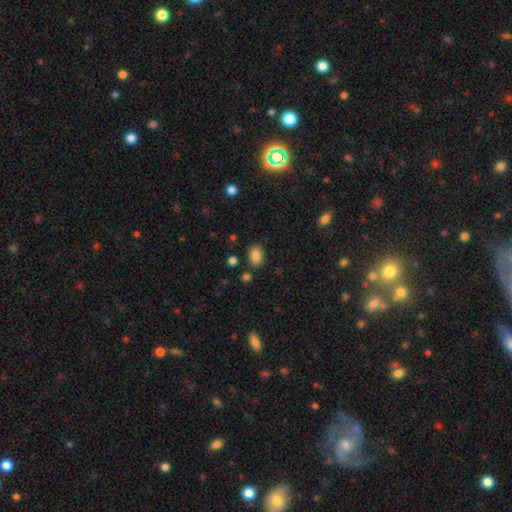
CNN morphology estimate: Smooth or featured? Predicted: smooth (p=0.85). How rounded? Predicted: in between (p=0.84). Merging? Predicted: none (p=0.82).